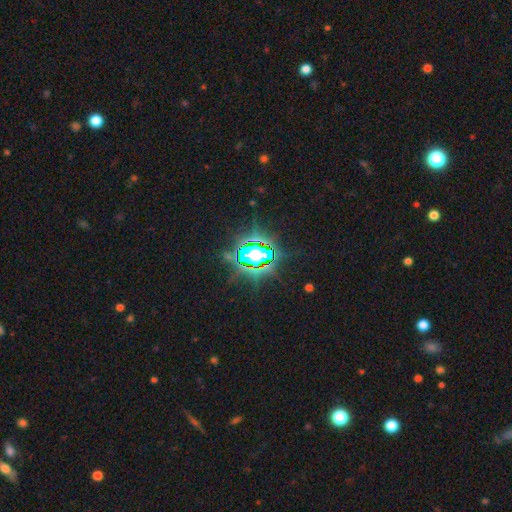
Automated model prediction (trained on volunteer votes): Smooth or featured? Predicted: star or artifact (p=0.83).